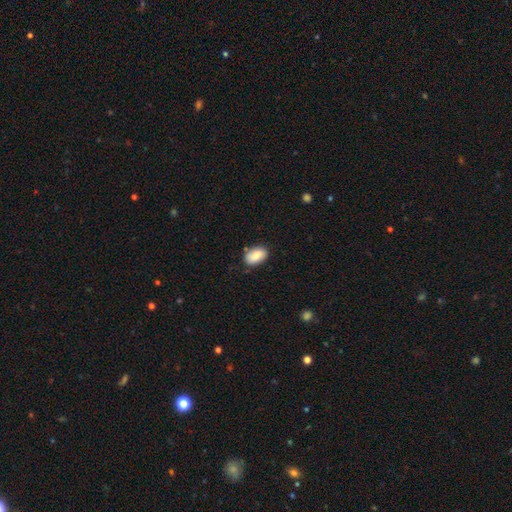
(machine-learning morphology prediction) Q: Smooth or featured?
A: smooth (83%); runner-up: featured or disk (9%)
Q: How rounded?
A: in between (90%); runner-up: round (9%)
Q: Merging?
A: none (78%); runner-up: minor disturbance (15%)